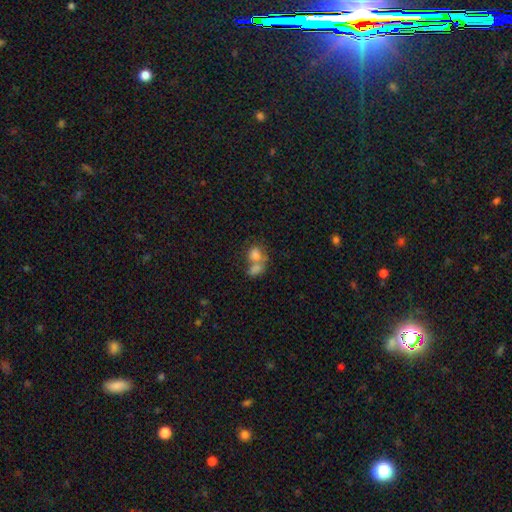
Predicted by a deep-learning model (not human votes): The model was most divided on "how rounded": in between: 57%, round: 42%, cigar-shaped: 2%. More confident: smooth or featured — smooth (76%); merging — merger (64%).